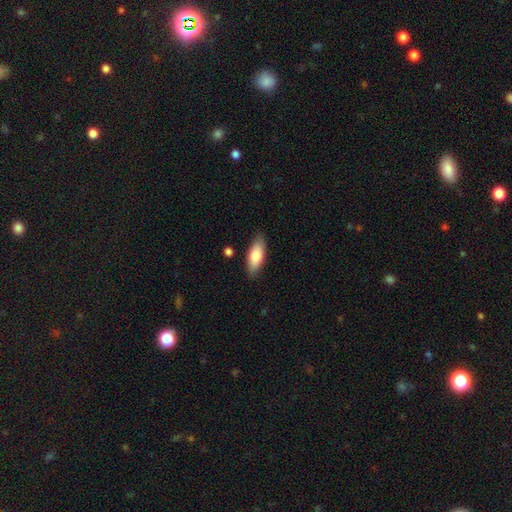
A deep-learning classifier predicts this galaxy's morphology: type=smooth (79%); roundness=in between (76%); merging=none (85%).